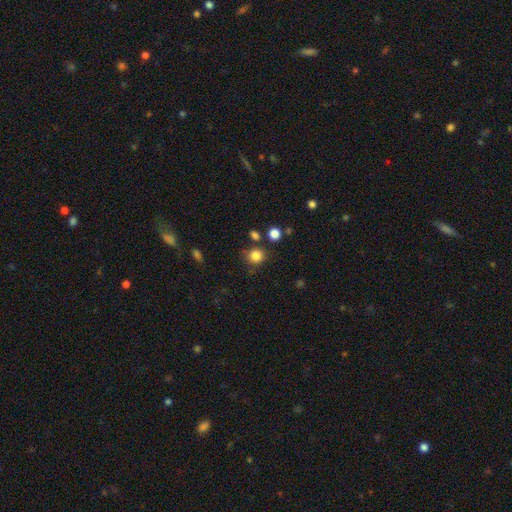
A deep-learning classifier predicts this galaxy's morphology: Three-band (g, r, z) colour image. It shows a smooth galaxy with no disk features (83%) that is round (86%). Merging: none (77%).